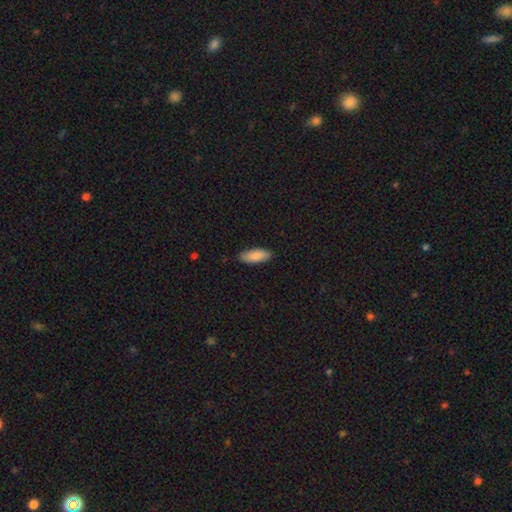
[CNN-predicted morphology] This appears to be a smooth galaxy with no disk features (88%) that is in between round and cigar-shaped (76%). Merging: none (86%).